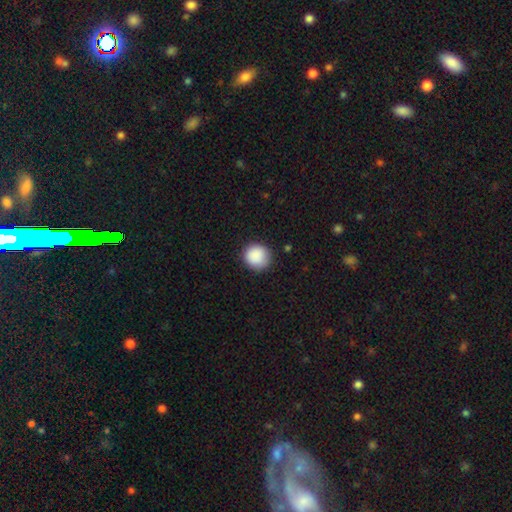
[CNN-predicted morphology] Smooth or featured: smooth — 89% (star or artifact — 8%)
How rounded: round — 92% (in between — 7%)
Merging: none — 88% (minor disturbance — 9%)